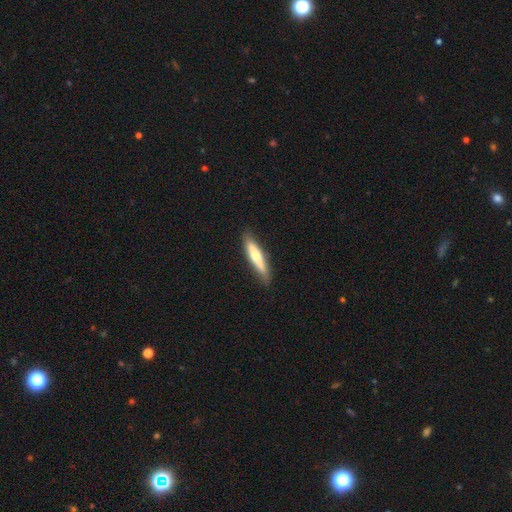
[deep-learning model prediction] Smooth or featured?
  - smooth: 56% *
  - featured or disk: 38%
  - star or artifact: 5%
How rounded?
  - cigar-shaped: 89% *
  - in between: 10%
  - round: 1%
Merging?
  - none: 86% *
  - minor disturbance: 11%
  - major disturbance: 2%
  - merger: 1%